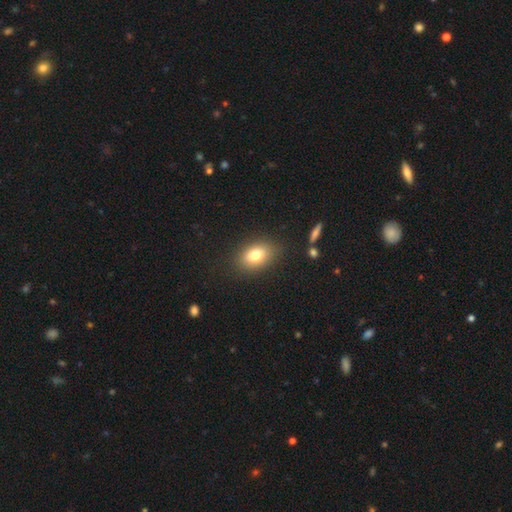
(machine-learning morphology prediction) Smooth or featured? Predicted: smooth (p=0.76). How rounded? Predicted: in between (p=0.78). Merging? Predicted: none (p=0.85).